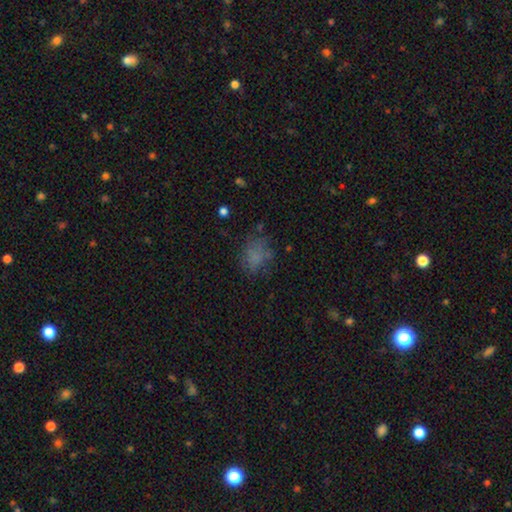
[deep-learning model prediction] Q: Smooth or featured?
A: smooth (68%); runner-up: star or artifact (16%)
Q: How rounded?
A: in between (57%); runner-up: round (42%)
Q: Merging?
A: none (60%); runner-up: minor disturbance (21%)